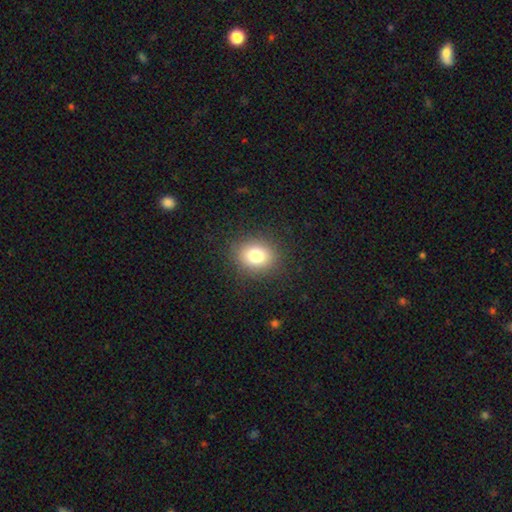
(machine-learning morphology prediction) The model was most divided on "how rounded": round: 63%, in between: 37%, cigar-shaped: 1%. More confident: merging — none (88%); smooth or featured — smooth (79%).